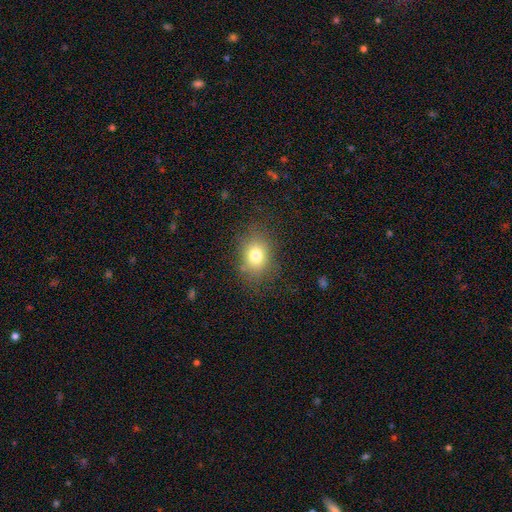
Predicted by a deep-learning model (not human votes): Overall: smooth (77%). How rounded: in between (56%; round 43%). Merging: none (78%).